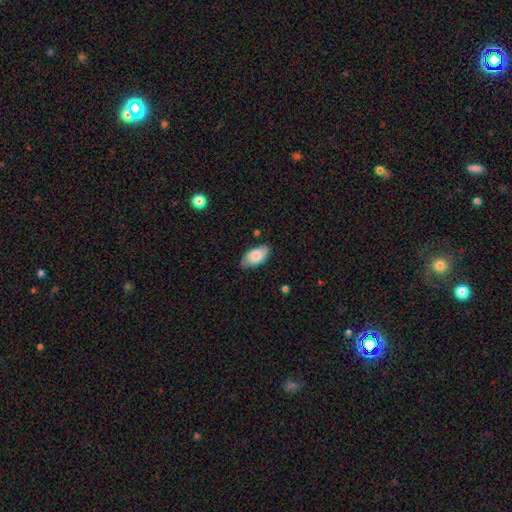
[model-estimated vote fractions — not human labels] smooth_or_featured: smooth (p=0.77) [alt: featured or disk p=0.17]
how_rounded: in between (p=0.95) [alt: round p=0.03]
merging: none (p=0.78) [alt: minor disturbance p=0.18]